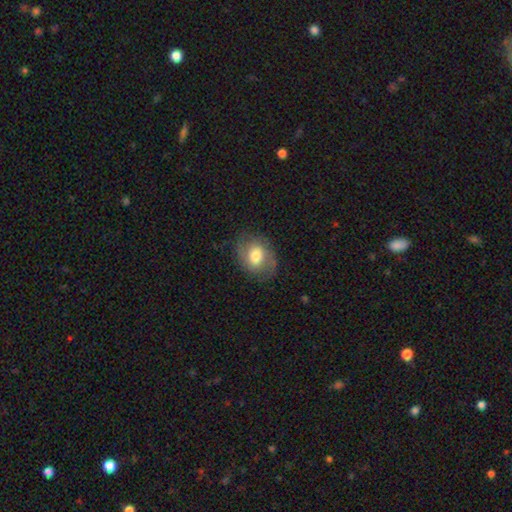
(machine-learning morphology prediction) type=smooth (55%); roundness=in between (59%); merging=none (76%).